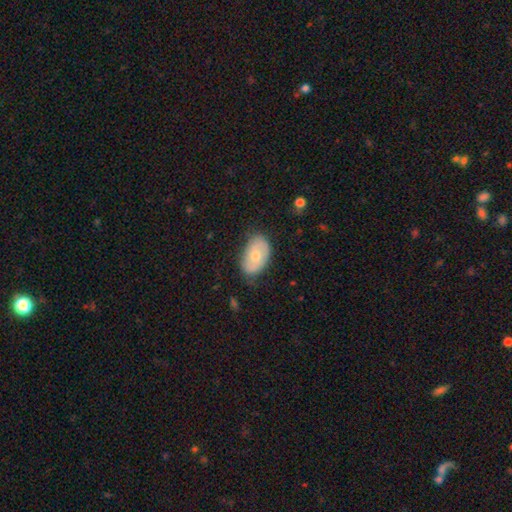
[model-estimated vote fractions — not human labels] A smooth galaxy with no disk features (59%) that is in between round and cigar-shaped (90%). Merging: none (71%).